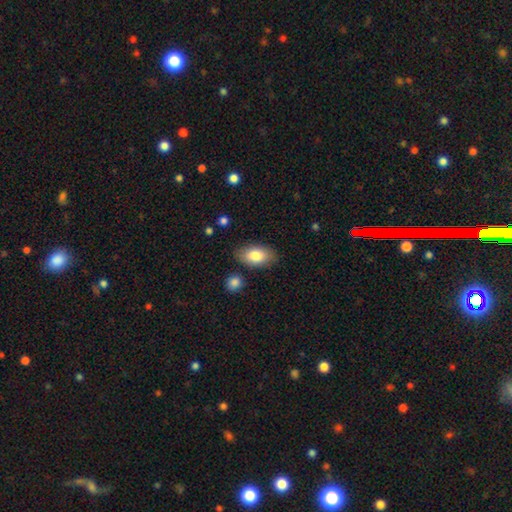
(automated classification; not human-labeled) Overall: smooth (82%). How rounded: in between (93%). Merging: none (83%).